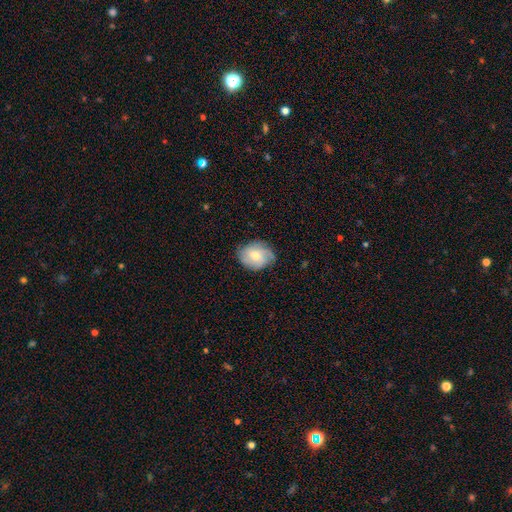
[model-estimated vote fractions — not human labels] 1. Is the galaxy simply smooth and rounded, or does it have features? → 48% smooth, 45% featured or disk, 7% star or artifact.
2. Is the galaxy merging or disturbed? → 68% none, 25% minor disturbance, 6% major disturbance, 1% merger.